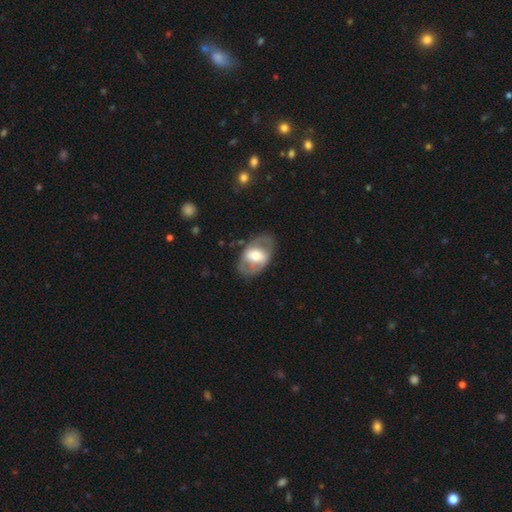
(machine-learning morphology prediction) smooth-or-featured: featured or disk: 55% | smooth: 39% | star or artifact: 6%
  disk-edge-on: no: 92% | yes: 8%
    bar: weak: 35% | no: 34% | strong: 30%
    has-spiral-arms: no: 65% | yes: 35%
    bulge-size: moderate: 63% | large: 20% | small: 15% | dominant: 2% | none: 1%
  merging: none: 75% | minor disturbance: 15% | major disturbance: 8% | merger: 2%